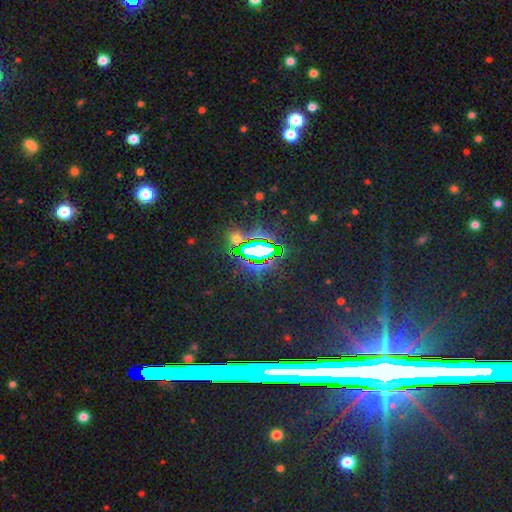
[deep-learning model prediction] Overall: star or artifact (76%).